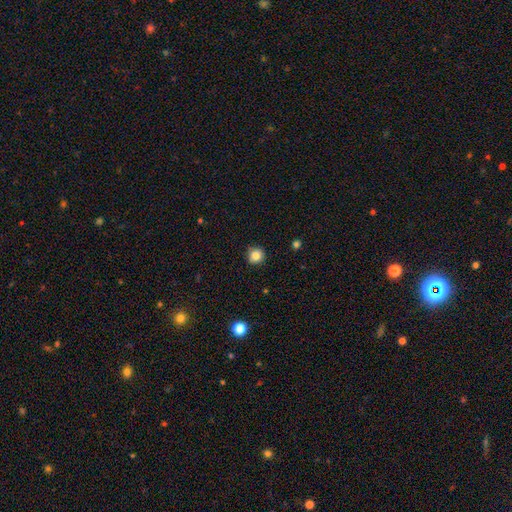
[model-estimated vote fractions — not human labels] Smooth or featured?
  - smooth: 85% *
  - star or artifact: 11%
  - featured or disk: 4%
How rounded?
  - round: 90% *
  - in between: 9%
  - cigar-shaped: 1%
Merging?
  - none: 87% *
  - minor disturbance: 10%
  - major disturbance: 2%
  - merger: 1%